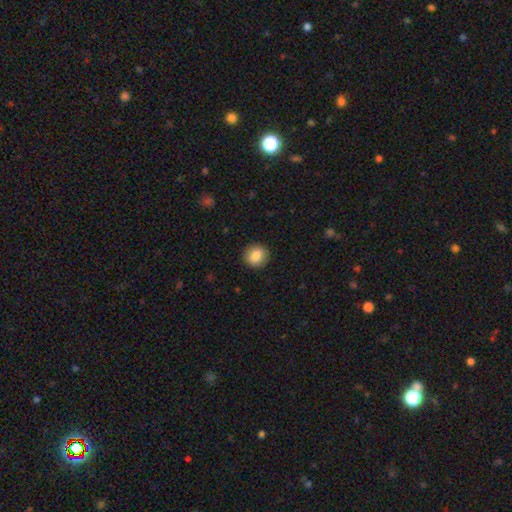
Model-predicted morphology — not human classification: Smooth or featured?
  - smooth: 85% *
  - star or artifact: 8%
  - featured or disk: 7%
How rounded?
  - round: 87% *
  - in between: 13%
  - cigar-shaped: 1%
Merging?
  - none: 91% *
  - minor disturbance: 6%
  - major disturbance: 2%
  - merger: 1%